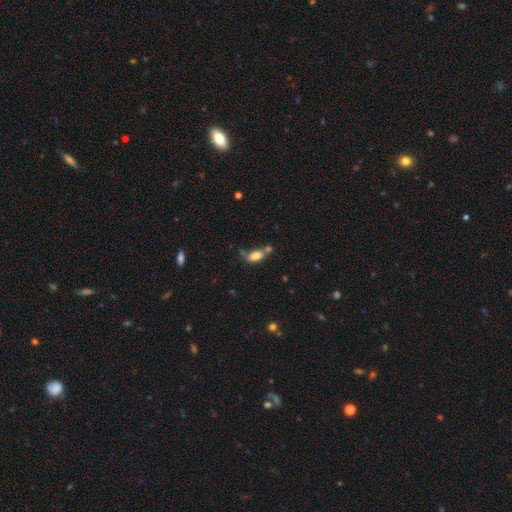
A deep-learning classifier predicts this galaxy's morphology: Smooth or featured? smooth (76%)
How rounded? in between (84%)
Merging? none (35%)